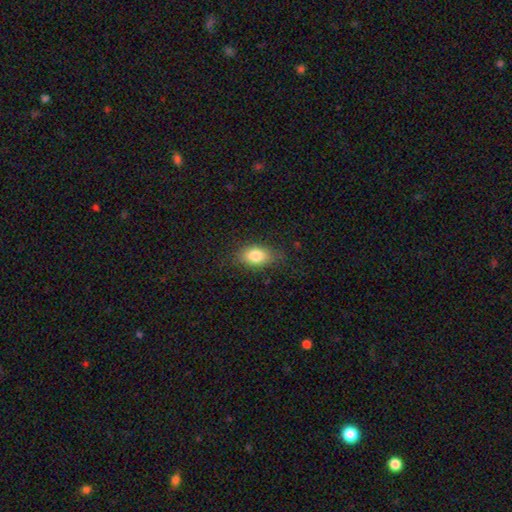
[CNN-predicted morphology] Overall: smooth (81%). How rounded: in between (82%). Merging: none (79%).